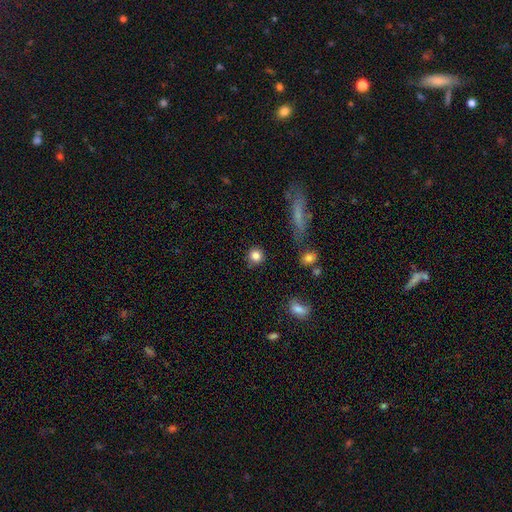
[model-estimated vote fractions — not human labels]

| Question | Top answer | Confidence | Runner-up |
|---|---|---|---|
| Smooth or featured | smooth | 84% | star or artifact (10%) |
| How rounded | round | 90% | in between (9%) |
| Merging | none | 85% | minor disturbance (9%) |